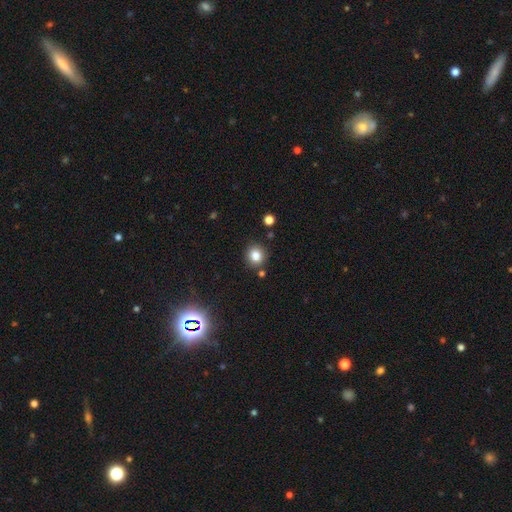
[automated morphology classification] A smooth galaxy with no disk features (82%) that is round (85%).

Vote fractions:
- Smooth or featured? smooth: 82% / star or artifact: 12% / featured or disk: 6%
- How rounded? round: 85% / in between: 14% / cigar-shaped: 1%
- Merging? none: 83% / minor disturbance: 9% / merger: 6% / major disturbance: 3%